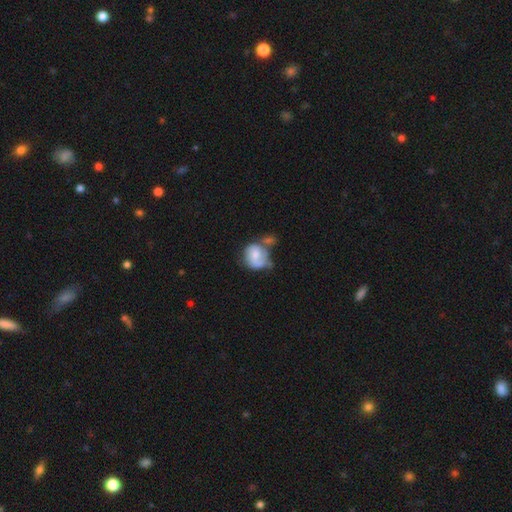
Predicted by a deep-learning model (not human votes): Smooth or featured? Predicted: featured or disk (p=0.48). Merging? Predicted: none (p=0.32).